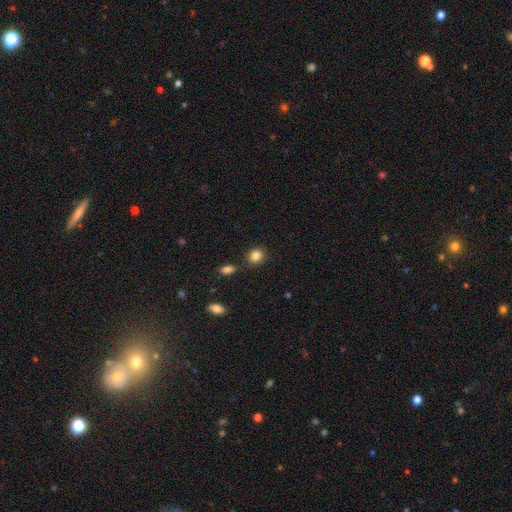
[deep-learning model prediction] Smooth or featured?
  - smooth: 85% *
  - star or artifact: 10%
  - featured or disk: 5%
How rounded?
  - round: 72% *
  - in between: 27%
  - cigar-shaped: 1%
Merging?
  - none: 81% *
  - minor disturbance: 11%
  - merger: 5%
  - major disturbance: 3%